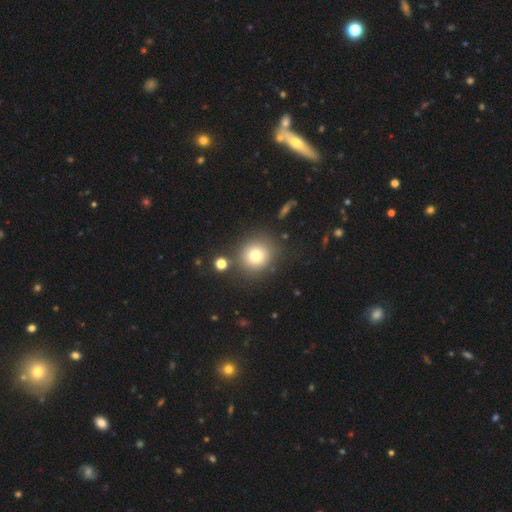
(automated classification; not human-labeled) This appears to be a smooth galaxy with no disk features (77%) that is round (90%). Merging: none (81%).